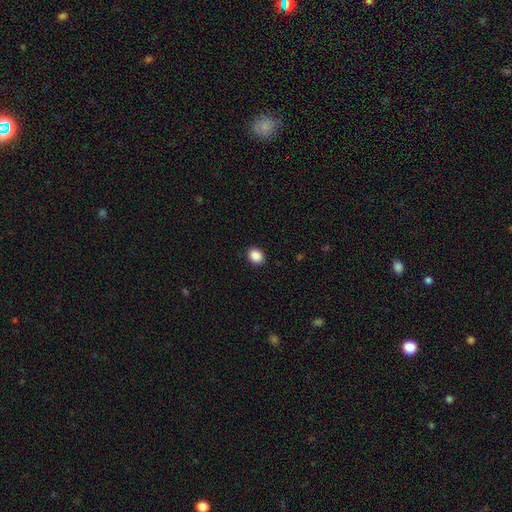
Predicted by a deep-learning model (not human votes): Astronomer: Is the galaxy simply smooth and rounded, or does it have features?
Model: smooth — 89%.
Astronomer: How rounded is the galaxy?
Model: round — 55% (runner-up: in between, 44%).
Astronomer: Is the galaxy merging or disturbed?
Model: none — 91%.